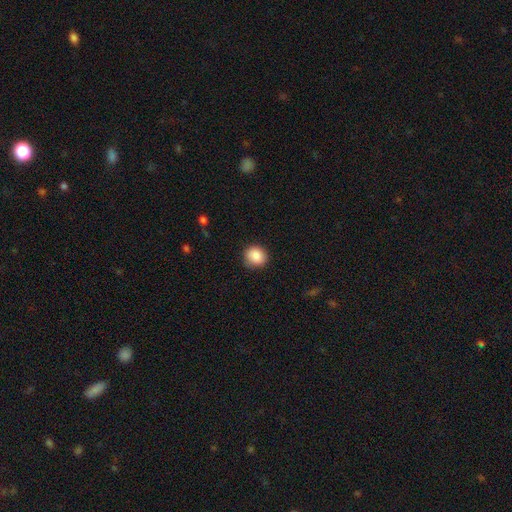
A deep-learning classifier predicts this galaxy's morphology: This is clearly a smooth galaxy (88%). How rounded: clearly round (84%). Merging: clearly none (85%).